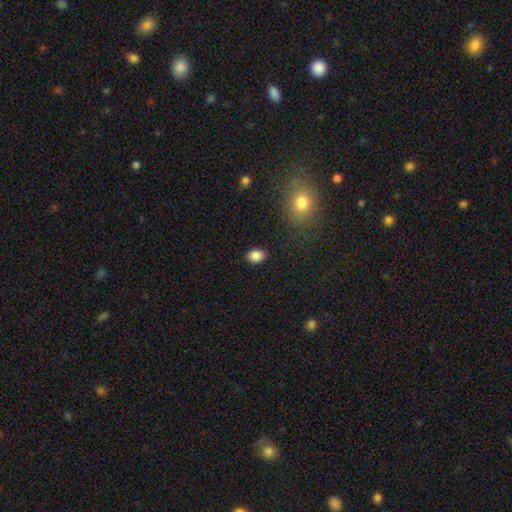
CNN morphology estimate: Smooth or featured?
  - smooth: 87% *
  - star or artifact: 9%
  - featured or disk: 4%
How rounded?
  - in between: 64% *
  - round: 35%
  - cigar-shaped: 1%
Merging?
  - none: 88% *
  - minor disturbance: 8%
  - major disturbance: 2%
  - merger: 1%